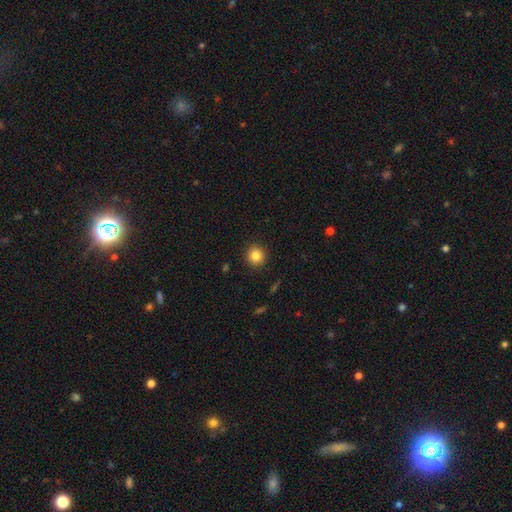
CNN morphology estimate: type=smooth (85%); roundness=round (91%); merging=none (91%).